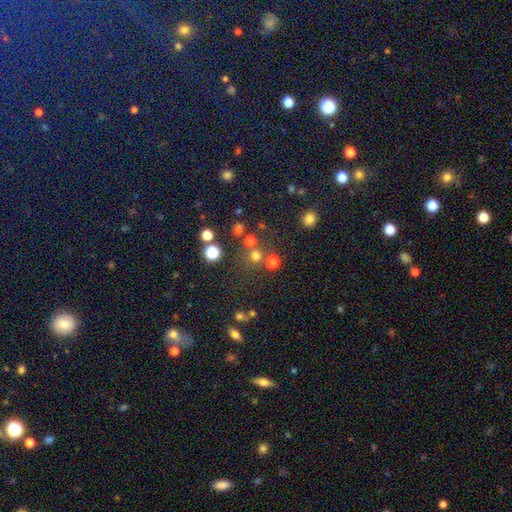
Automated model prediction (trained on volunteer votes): Smooth or featured: smooth — 68% (star or artifact — 25%)
How rounded: round — 93% (in between — 6%)
Merging: none — 73% (merger — 15%)